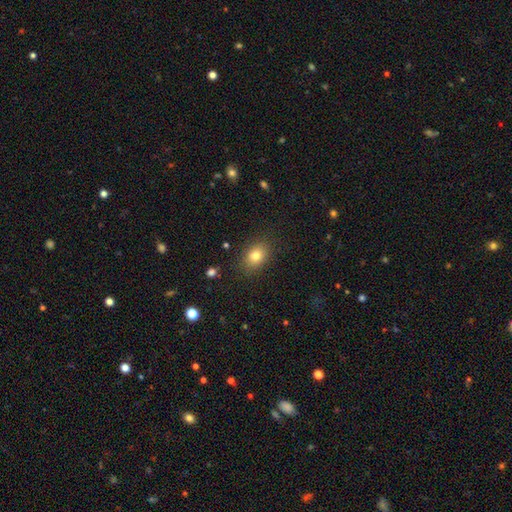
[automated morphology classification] smooth-or-featured: smooth: 79% | star or artifact: 11% | featured or disk: 10%
  how-rounded: in between: 71% | round: 28% | cigar-shaped: 1%
  merging: none: 85% | minor disturbance: 11% | major disturbance: 3% | merger: 1%